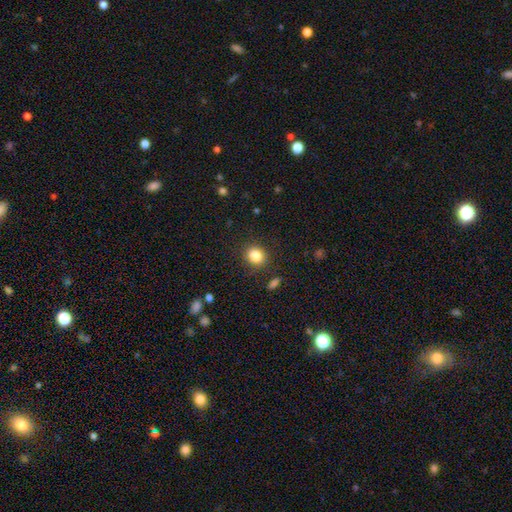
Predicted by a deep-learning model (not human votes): Q: Smooth or featured?
A: smooth (85%); runner-up: star or artifact (10%)
Q: How rounded?
A: round (71%); runner-up: in between (28%)
Q: Merging?
A: none (87%); runner-up: minor disturbance (9%)